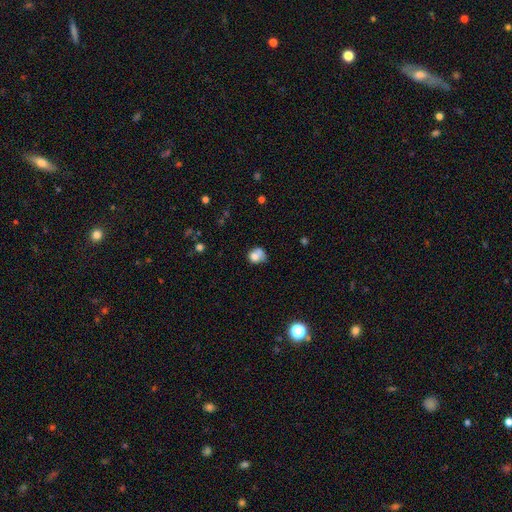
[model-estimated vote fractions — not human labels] This appears to be a smooth galaxy with no disk features (72%) that is round (66%). Merging: none (34%).